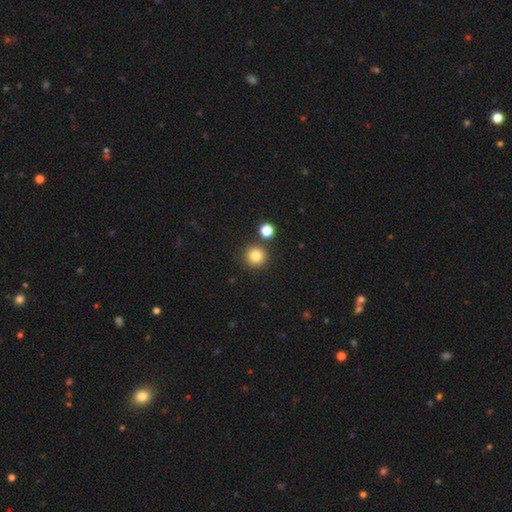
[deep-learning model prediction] The model was most divided on "smooth or featured": smooth: 83%, star or artifact: 12%, featured or disk: 5%. More confident: how rounded — round (94%); merging — none (85%).